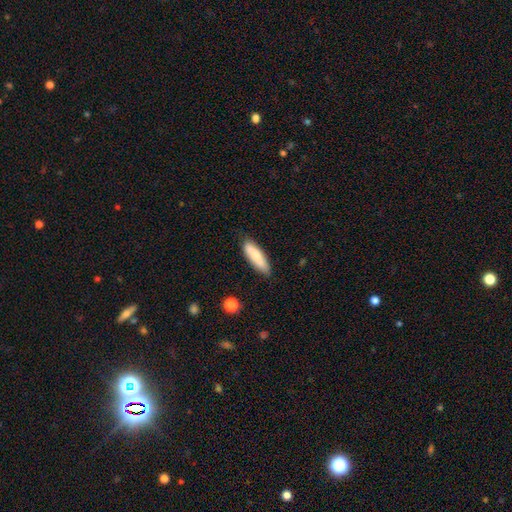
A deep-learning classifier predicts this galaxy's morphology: type=smooth (74%); roundness=cigar-shaped (57%); merging=none (80%).